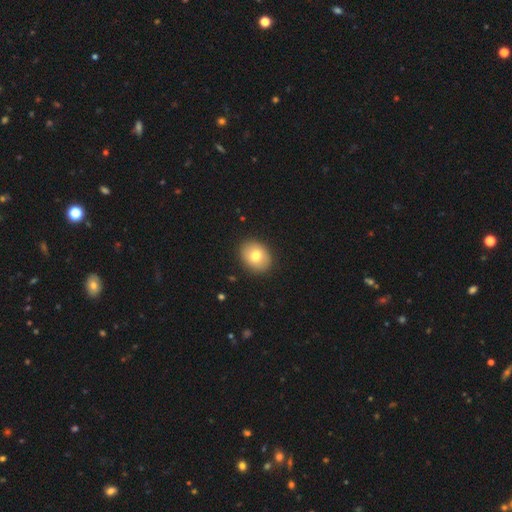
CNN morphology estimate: Smooth or featured? Predicted: smooth (p=0.76). How rounded? Predicted: in between (p=0.52). Merging? Predicted: none (p=0.89).